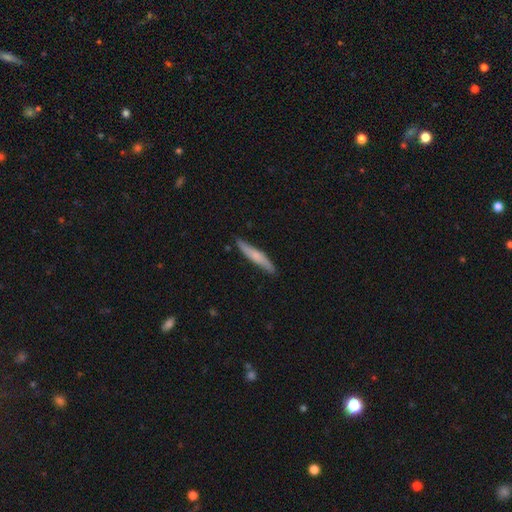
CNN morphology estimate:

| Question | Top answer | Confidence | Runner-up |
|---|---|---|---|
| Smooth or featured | smooth | 61% | featured or disk (34%) |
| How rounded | cigar-shaped | 92% | in between (6%) |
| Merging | none | 85% | minor disturbance (12%) |